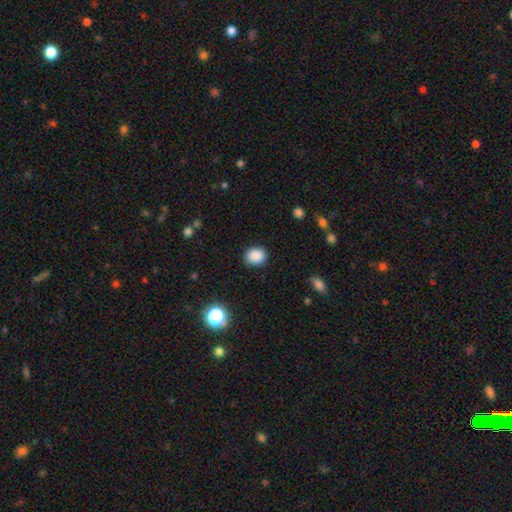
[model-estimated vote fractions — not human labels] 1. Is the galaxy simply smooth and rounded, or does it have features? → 87% smooth, 10% star or artifact, 3% featured or disk.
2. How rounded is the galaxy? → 58% round, 41% in between, 1% cigar-shaped.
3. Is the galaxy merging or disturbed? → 85% none, 11% minor disturbance, 3% major disturbance, 1% merger.